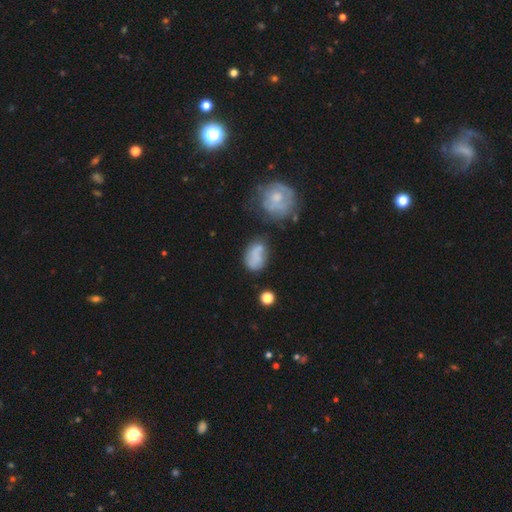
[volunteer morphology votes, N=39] This appears to be a smooth galaxy with no disk features (59%) that is in between round and cigar-shaped (78%). Merging: minor disturbance (36%).